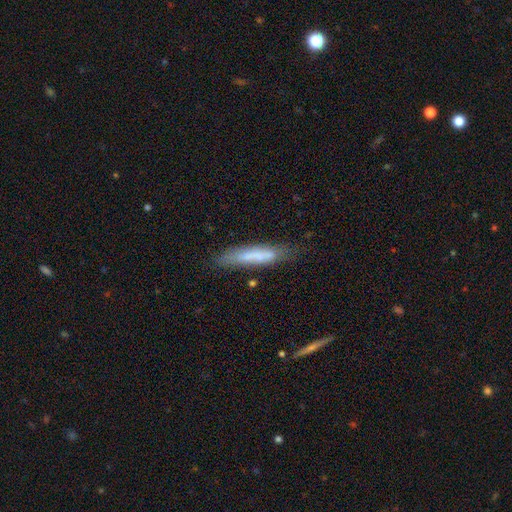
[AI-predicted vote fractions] Morphology: type=smooth (61%); roundness=cigar-shaped (86%); merging=none (66%).